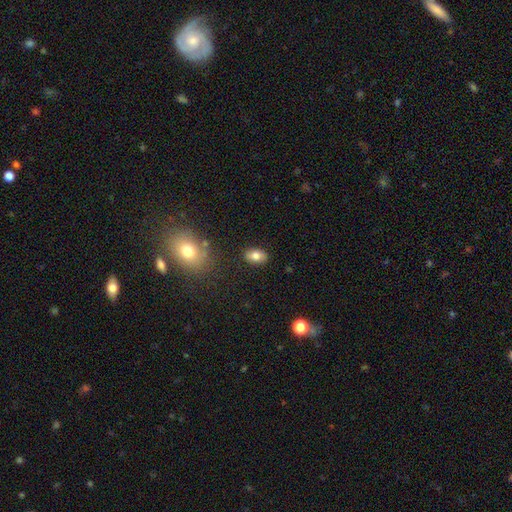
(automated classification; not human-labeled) This is likely a smooth galaxy (78%). How rounded: clearly in between (86%). Merging: clearly none (86%).